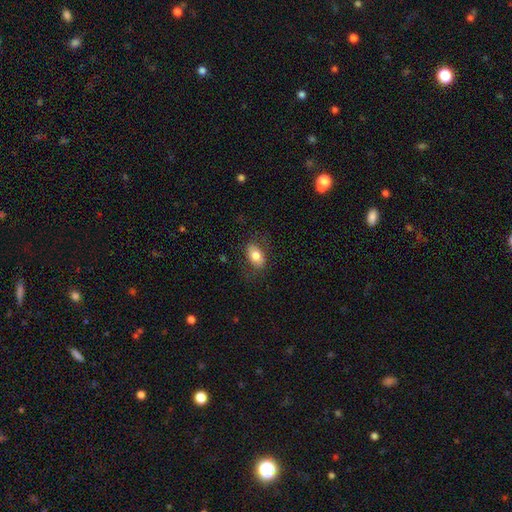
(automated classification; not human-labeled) The model was most divided on "smooth or featured": smooth: 77%, featured or disk: 16%, star or artifact: 7%. More confident: how rounded — in between (90%); merging — none (77%).